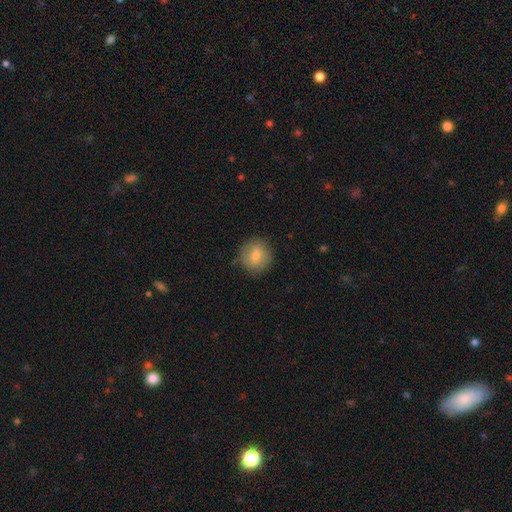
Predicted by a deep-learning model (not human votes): smooth_or_featured: smooth (p=0.78) [alt: featured or disk p=0.15]
how_rounded: round (p=0.86) [alt: in between p=0.13]
merging: none (p=0.82) [alt: minor disturbance p=0.13]